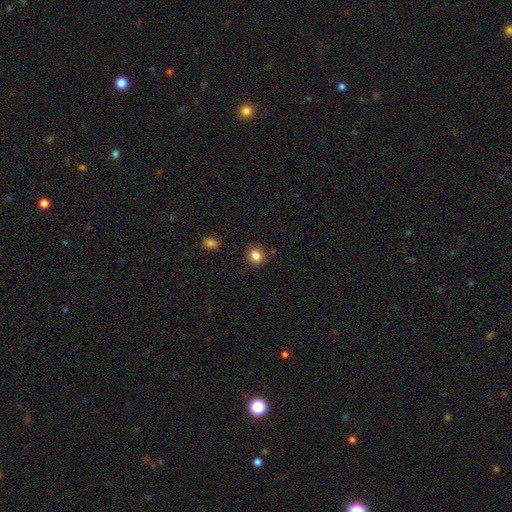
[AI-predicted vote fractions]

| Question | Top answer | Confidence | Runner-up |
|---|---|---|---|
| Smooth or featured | smooth | 84% | star or artifact (10%) |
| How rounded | round | 84% | in between (16%) |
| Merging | none | 88% | minor disturbance (8%) |